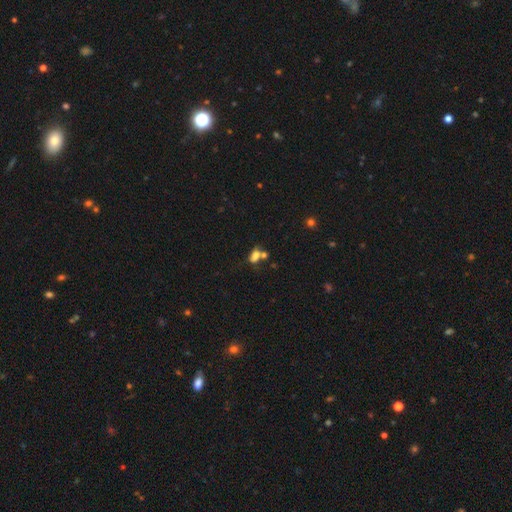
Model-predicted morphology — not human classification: smooth_or_featured: smooth (p=0.73) [alt: star or artifact p=0.14]
how_rounded: in between (p=0.82) [alt: round p=0.14]
merging: merger (p=0.42) [alt: none p=0.36]